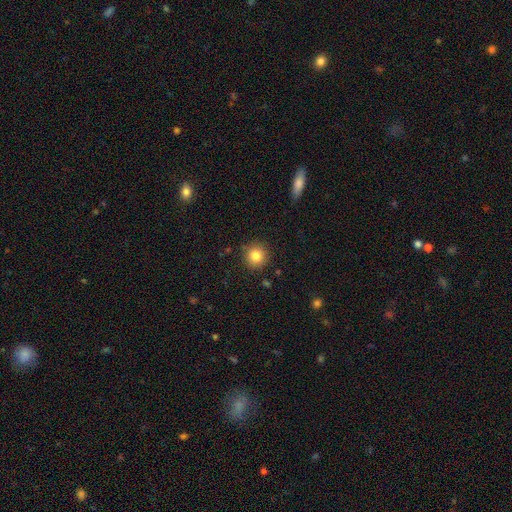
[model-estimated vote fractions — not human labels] The model was most divided on "smooth or featured": smooth: 83%, star or artifact: 11%, featured or disk: 6%. More confident: how rounded — round (93%); merging — none (89%).